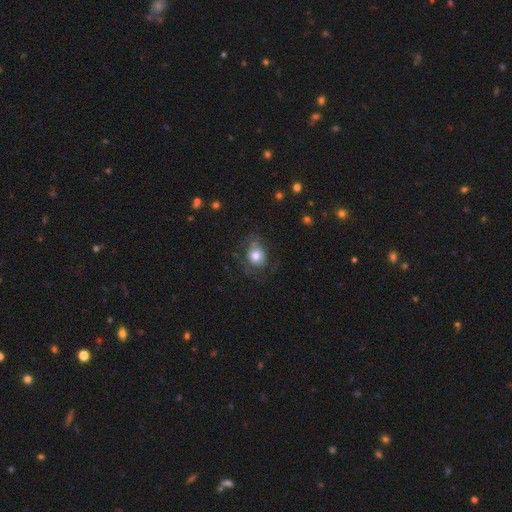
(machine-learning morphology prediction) Smooth or featured: smooth — 63% (featured or disk — 27%)
How rounded: round — 59% (in between — 40%)
Merging: none — 54% (minor disturbance — 22%)